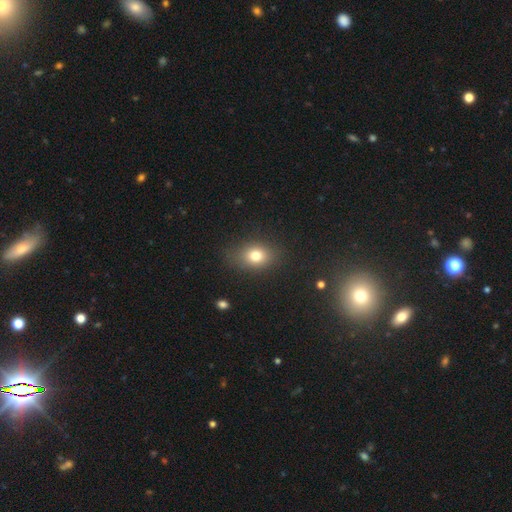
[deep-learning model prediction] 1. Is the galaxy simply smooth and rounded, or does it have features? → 77% smooth, 12% star or artifact, 10% featured or disk.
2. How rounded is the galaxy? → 61% in between, 38% round, 1% cigar-shaped.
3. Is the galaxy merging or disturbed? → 82% none, 12% minor disturbance, 5% major disturbance, 1% merger.